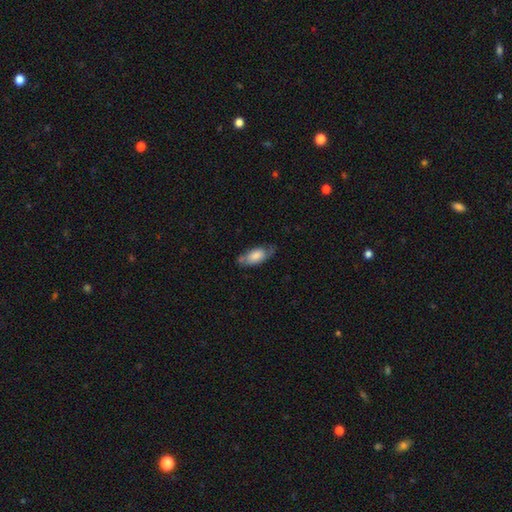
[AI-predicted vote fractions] smooth 65%, featured or disk 28%, star or artifact 7%. Down the decision tree: how rounded — in between (87%); merging — none (54%).